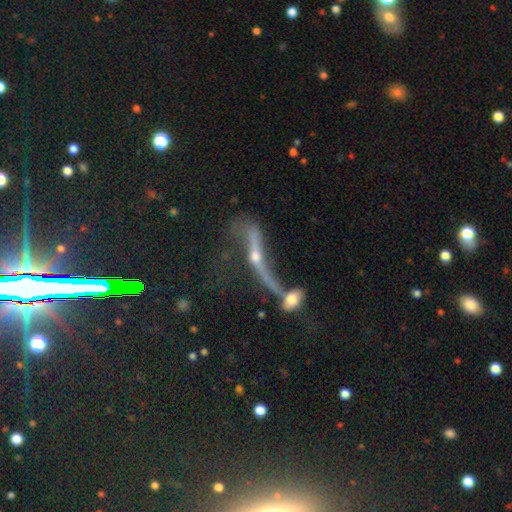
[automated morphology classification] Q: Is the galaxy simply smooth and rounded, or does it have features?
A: featured or disk — 75%.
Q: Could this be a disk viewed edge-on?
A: yes — 57%.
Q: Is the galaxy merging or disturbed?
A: merger — 44%.